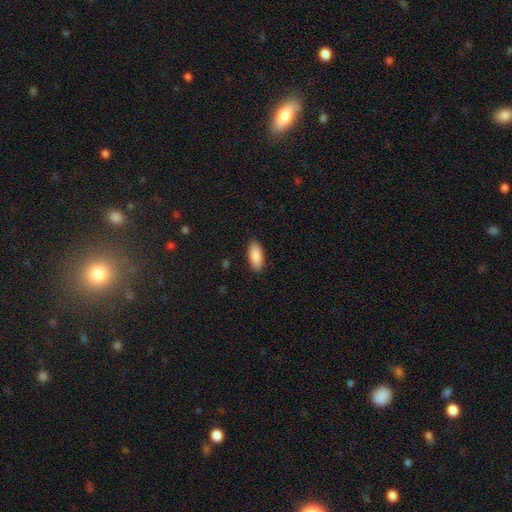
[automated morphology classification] This is clearly a smooth galaxy (89%). How rounded: clearly in between (85%). Merging: clearly none (89%).